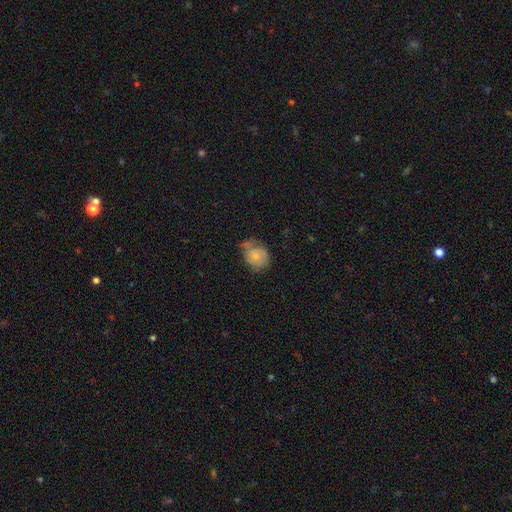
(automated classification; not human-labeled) smooth_or_featured: smooth (p=0.67) [alt: featured or disk p=0.25]
how_rounded: round (p=0.70) [alt: in between p=0.29]
merging: none (p=0.42) [alt: minor disturbance p=0.32]